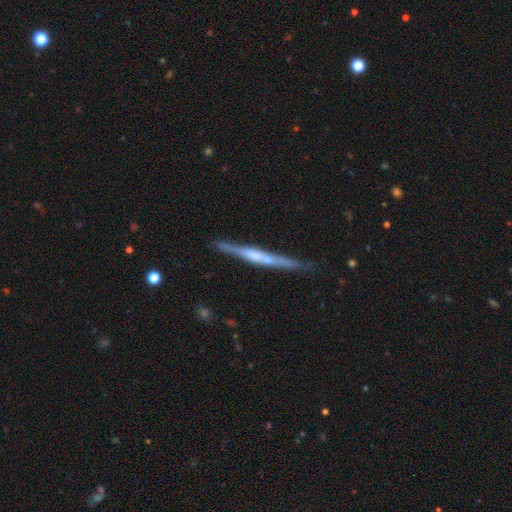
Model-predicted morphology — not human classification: Smooth or featured? Predicted: featured or disk (p=0.71). Edge-on disk? Predicted: yes (p=0.97). Edge-on bulge? Predicted: rounded (p=0.51). Merging? Predicted: none (p=0.82).